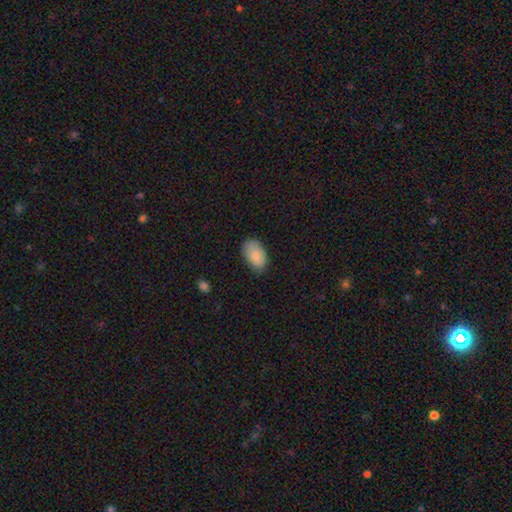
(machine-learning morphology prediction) Smooth or featured: smooth — 85% (featured or disk — 8%)
How rounded: in between — 92% (round — 7%)
Merging: none — 71% (minor disturbance — 24%)